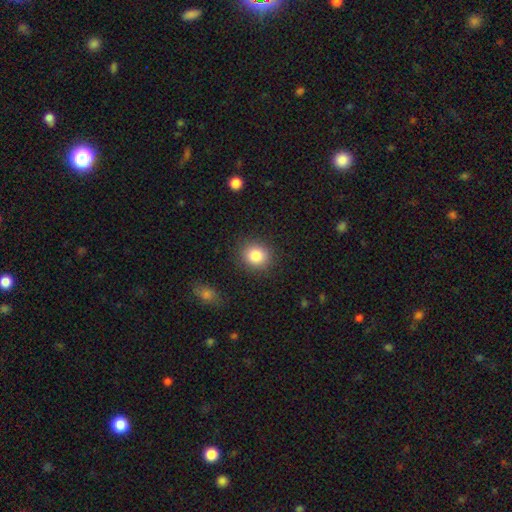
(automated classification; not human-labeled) smooth 84%, star or artifact 10%, featured or disk 6%. Down the decision tree: how rounded — round (80%); merging — none (88%).